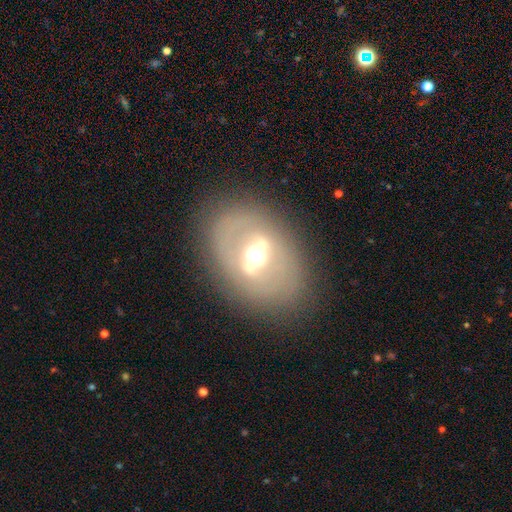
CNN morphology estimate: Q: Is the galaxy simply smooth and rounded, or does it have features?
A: featured or disk — 69%.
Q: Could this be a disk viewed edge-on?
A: no — 84%.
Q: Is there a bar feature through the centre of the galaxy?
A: strong — 58%.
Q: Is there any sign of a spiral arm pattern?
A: no — 81%.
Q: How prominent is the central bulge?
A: moderate — 65%.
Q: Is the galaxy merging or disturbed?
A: none — 80%.